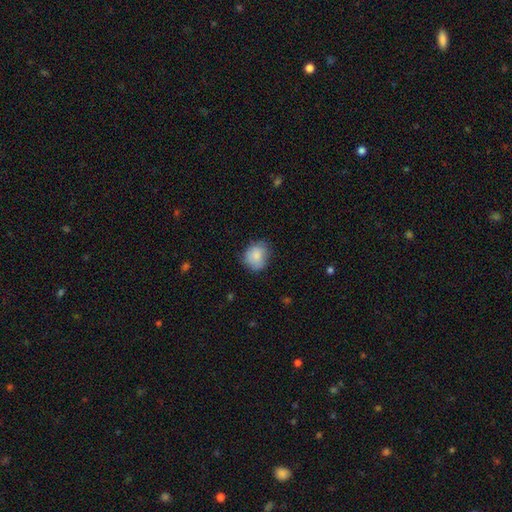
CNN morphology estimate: Smooth or featured? Predicted: smooth (p=0.84). How rounded? Predicted: round (p=0.61). Merging? Predicted: none (p=0.68).